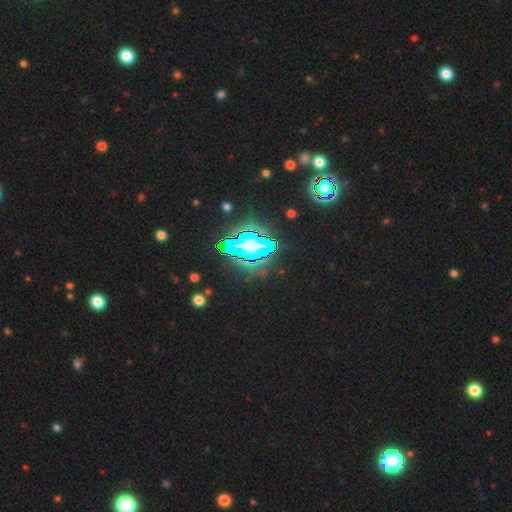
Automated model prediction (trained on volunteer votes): Overall: star or artifact (75%).